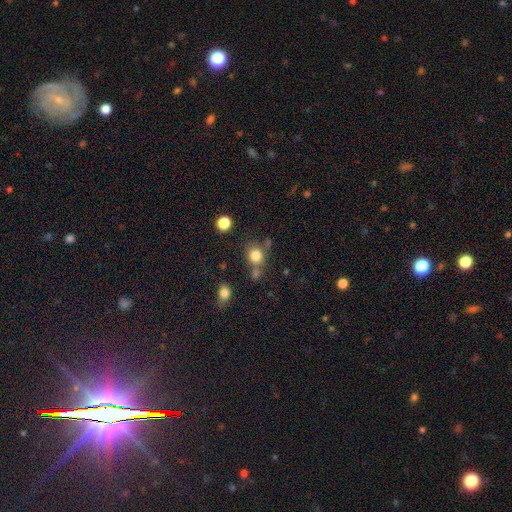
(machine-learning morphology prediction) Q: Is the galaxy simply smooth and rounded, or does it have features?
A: smooth — 81%.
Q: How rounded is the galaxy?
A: round — 81%.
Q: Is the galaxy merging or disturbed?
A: none — 65%.